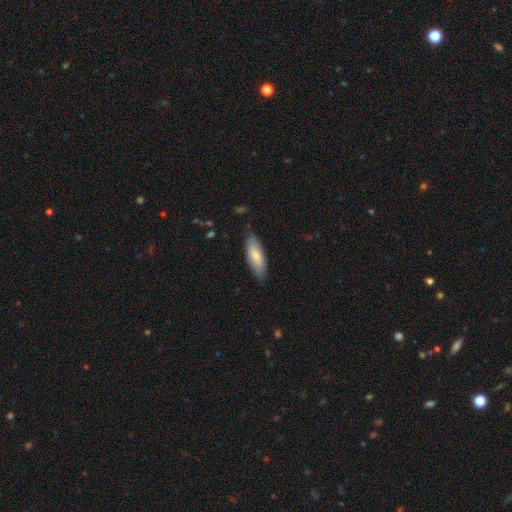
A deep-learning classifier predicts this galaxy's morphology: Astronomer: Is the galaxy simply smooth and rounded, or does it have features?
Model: smooth — 74%.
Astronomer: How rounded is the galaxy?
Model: in between — 65%.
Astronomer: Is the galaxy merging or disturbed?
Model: none — 81%.